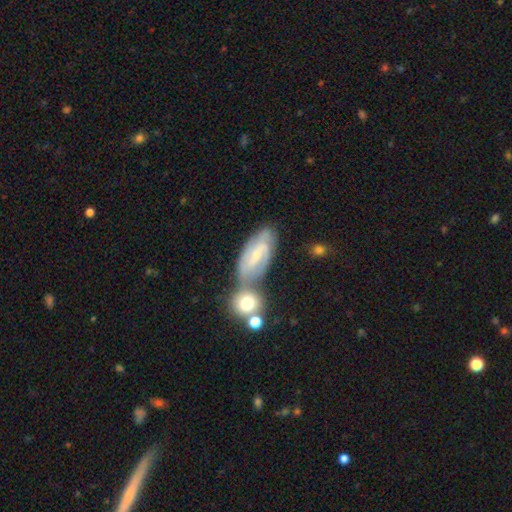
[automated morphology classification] A featured or disk galaxy (69%) with a weak bar (48%), 2 (58%) tight (44%) spiral arms (89%) and a small central bulge (62%). Merging: none (48%).